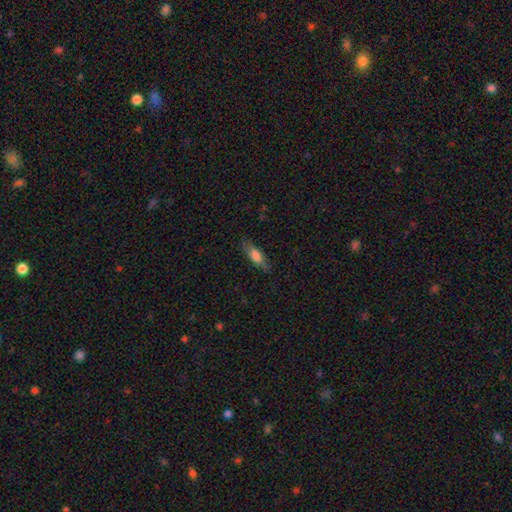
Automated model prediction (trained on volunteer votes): smooth_or_featured: smooth (p=0.73) [alt: featured or disk p=0.20]
how_rounded: in between (p=0.59) [alt: cigar-shaped p=0.38]
merging: none (p=0.76) [alt: minor disturbance p=0.18]